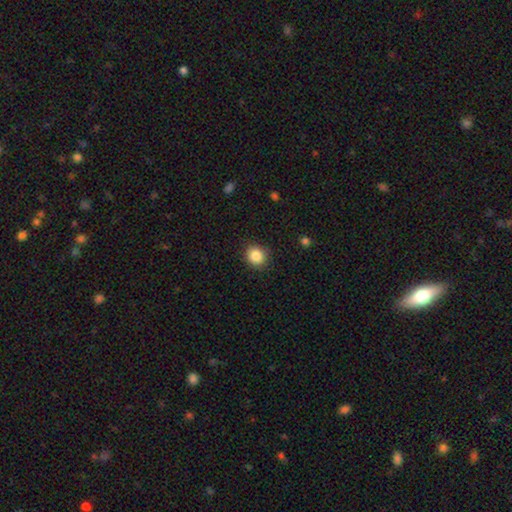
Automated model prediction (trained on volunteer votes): Smooth or featured? smooth (86%)
How rounded? round (80%)
Merging? none (88%)